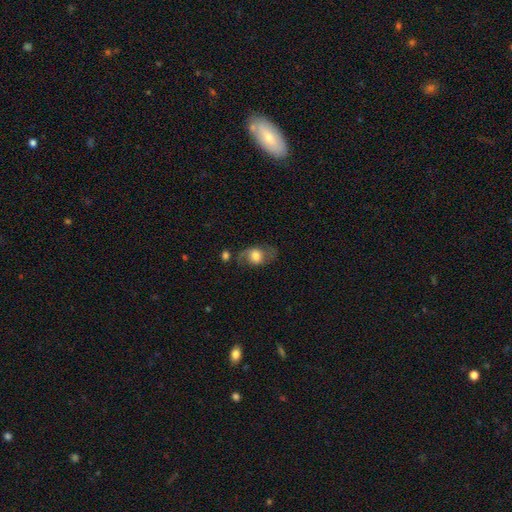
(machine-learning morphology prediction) This is possibly a smooth galaxy (50%). Merging: possibly none (52%).